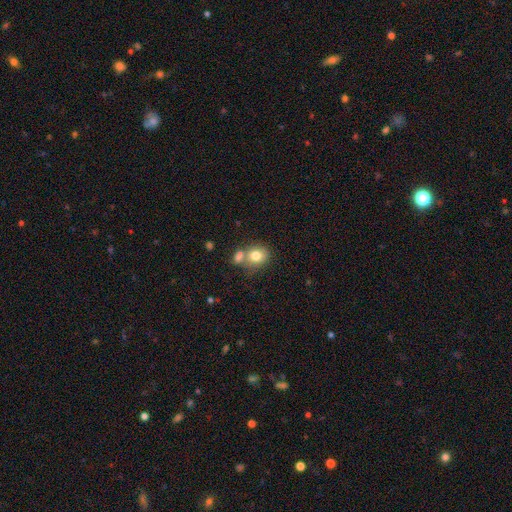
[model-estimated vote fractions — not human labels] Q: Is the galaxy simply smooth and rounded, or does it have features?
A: smooth — 78%.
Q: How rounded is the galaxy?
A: round — 63%.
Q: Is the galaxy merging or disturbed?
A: none — 48%.